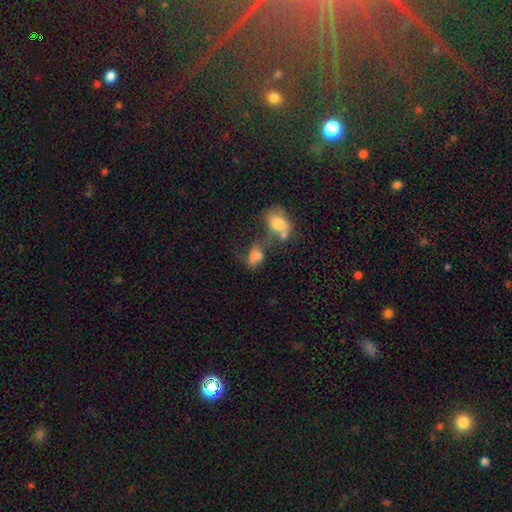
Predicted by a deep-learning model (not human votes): Morphology: type=smooth (68%); roundness=in between (75%); merging=merger (43%).